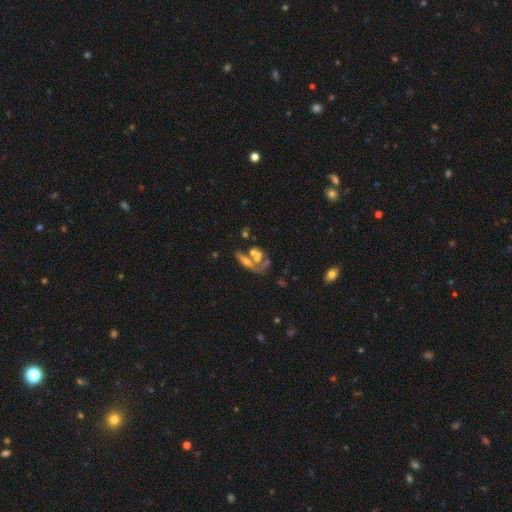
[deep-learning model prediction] smooth_or_featured: featured or disk (p=0.51) [alt: smooth p=0.36]
disk_edge_on: no (p=0.89) [alt: yes p=0.11]
merging: merger (p=0.46) [alt: none p=0.24]